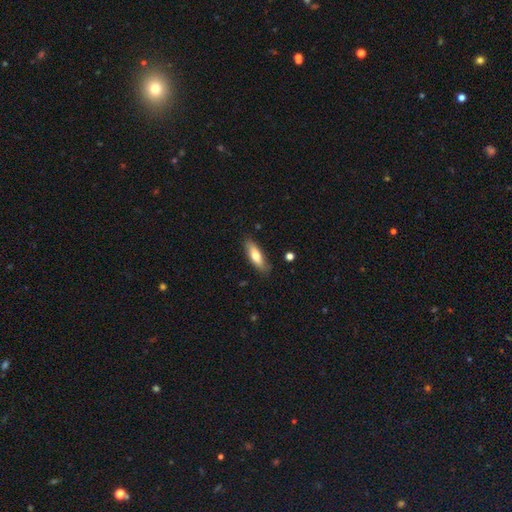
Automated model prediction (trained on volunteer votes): smooth-or-featured: smooth: 71% | featured or disk: 23% | star or artifact: 6%
  how-rounded: in between: 52% | cigar-shaped: 46% | round: 2%
  merging: none: 82% | minor disturbance: 14% | major disturbance: 3% | merger: 2%